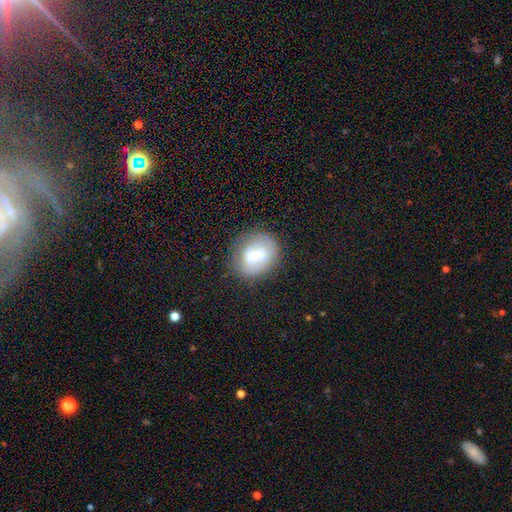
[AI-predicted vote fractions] The model was most divided on "smooth or featured": smooth: 51%, featured or disk: 39%, star or artifact: 10%. More confident: merging — none (64%); how rounded — round (57%).